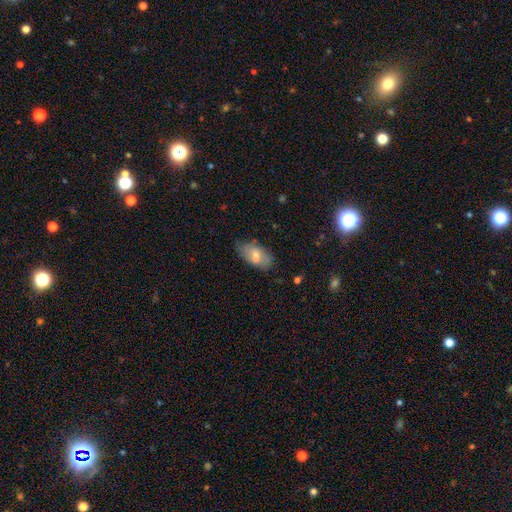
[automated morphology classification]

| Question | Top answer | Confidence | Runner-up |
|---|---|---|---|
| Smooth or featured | smooth | 68% | featured or disk (24%) |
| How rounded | in between | 92% | cigar-shaped (4%) |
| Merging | none | 65% | minor disturbance (24%) |